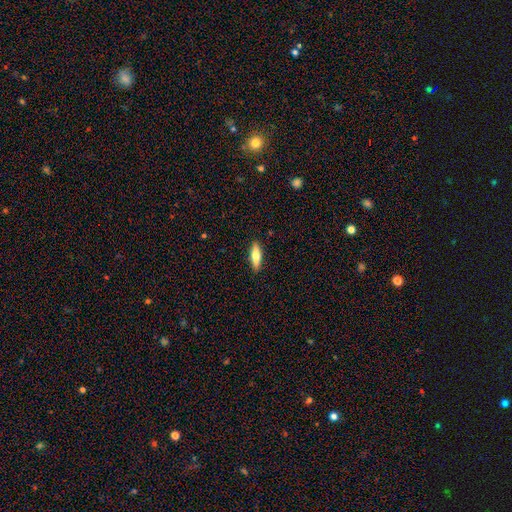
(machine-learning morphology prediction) Smooth or featured? smooth (66%)
How rounded? cigar-shaped (59%)
Merging? none (89%)